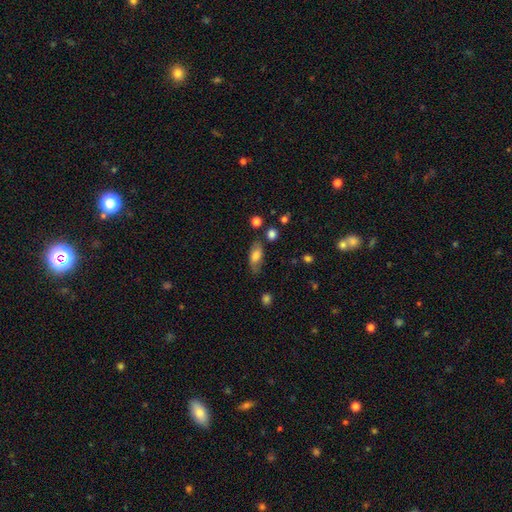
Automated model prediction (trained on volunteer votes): A smooth galaxy with no disk features (72%) that is in between round and cigar-shaped (84%).

Vote fractions:
- Smooth or featured? smooth: 72% / featured or disk: 20% / star or artifact: 8%
- How rounded? in between: 84% / cigar-shaped: 11% / round: 5%
- Merging? none: 70% / minor disturbance: 20% / major disturbance: 5% / merger: 4%